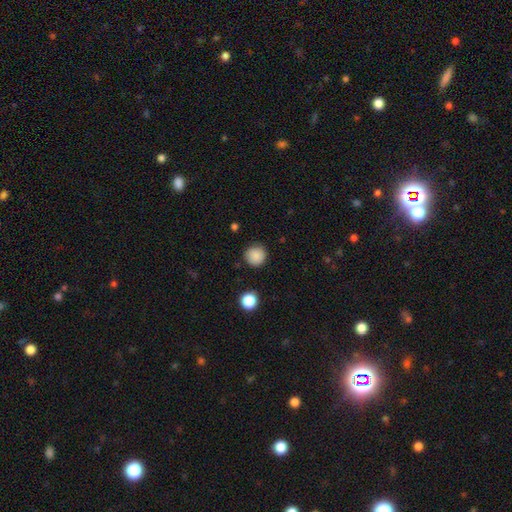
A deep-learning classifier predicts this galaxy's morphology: Smooth or featured: smooth — 86% (star or artifact — 10%)
How rounded: round — 94% (in between — 5%)
Merging: none — 87% (minor disturbance — 9%)